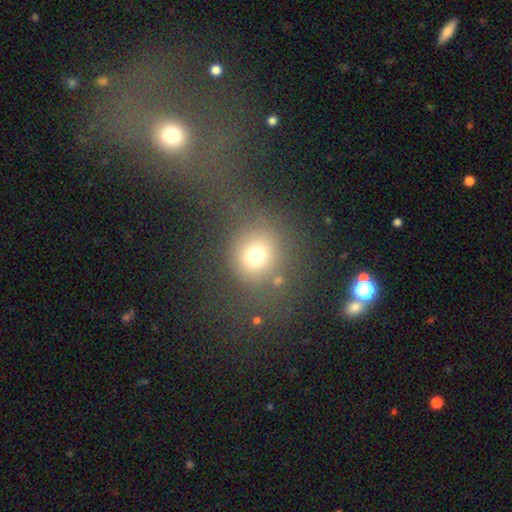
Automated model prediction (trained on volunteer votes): smooth-or-featured: smooth: 72% | star or artifact: 18% | featured or disk: 10%
  how-rounded: round: 84% | in between: 15% | cigar-shaped: 1%
  merging: none: 71% | minor disturbance: 12% | major disturbance: 11% | merger: 6%